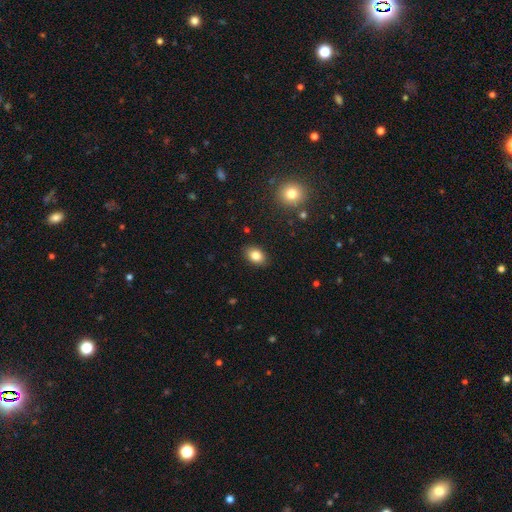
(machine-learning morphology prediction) The model was most divided on "how rounded": in between: 79%, round: 20%, cigar-shaped: 1%. More confident: merging — none (88%); smooth or featured — smooth (83%).